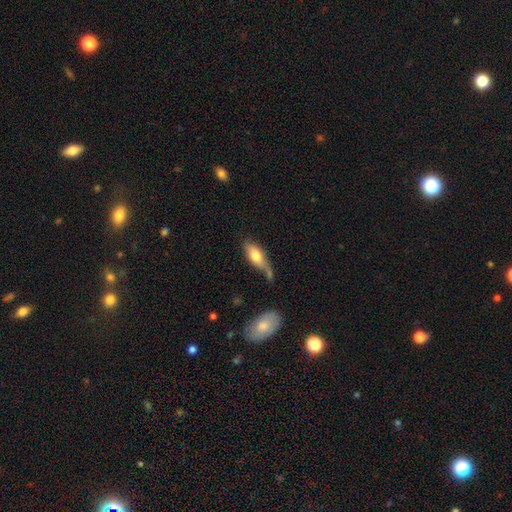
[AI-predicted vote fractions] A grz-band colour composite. It shows a smooth galaxy with no disk features (70%) that is in between round and cigar-shaped (75%). Merging: none (43%).